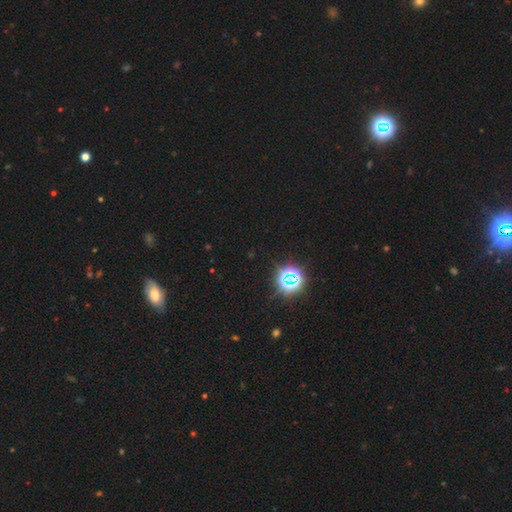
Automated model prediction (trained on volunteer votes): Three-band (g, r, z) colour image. It shows a star or artifact, not a galaxy (70%).